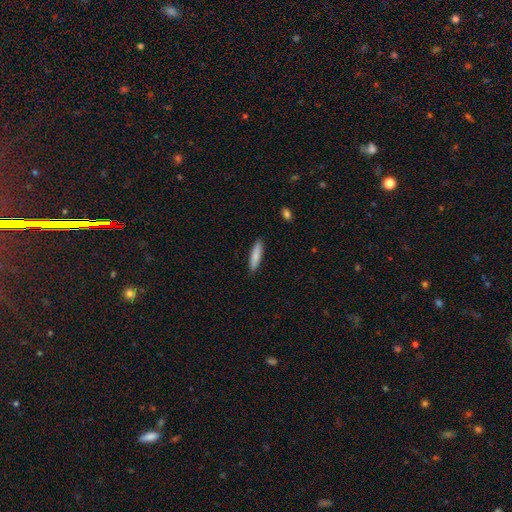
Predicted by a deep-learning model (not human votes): Overall: smooth (84%). How rounded: cigar-shaped (76%). Merging: none (89%).